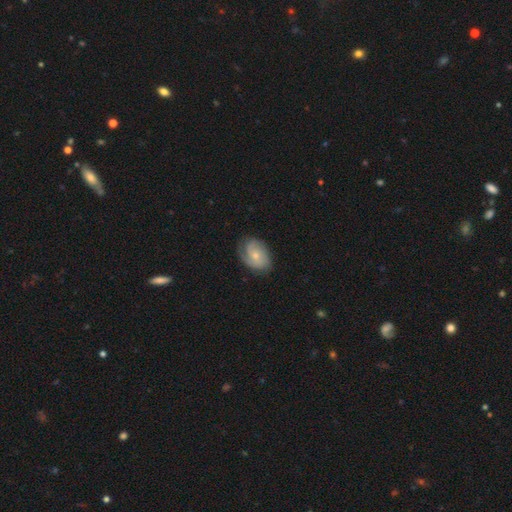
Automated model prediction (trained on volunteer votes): smooth-or-featured: featured or disk: 60% | smooth: 34% | star or artifact: 6%
  disk-edge-on: no: 97% | yes: 3%
    bar: no: 73% | weak: 23% | strong: 3%
    has-spiral-arms: yes: 88% | no: 12%
      spiral-winding: tight: 46% | medium: 37% | loose: 17%
      spiral-arm-count: 2: 43% | can't tell: 24% | 1: 15% | 3: 12% | 4: 3% | more than 4: 3%
    bulge-size: small: 59% | moderate: 36% | none: 2% | large: 2% | dominant: 1%
  merging: none: 71% | minor disturbance: 21% | major disturbance: 7% | merger: 1%